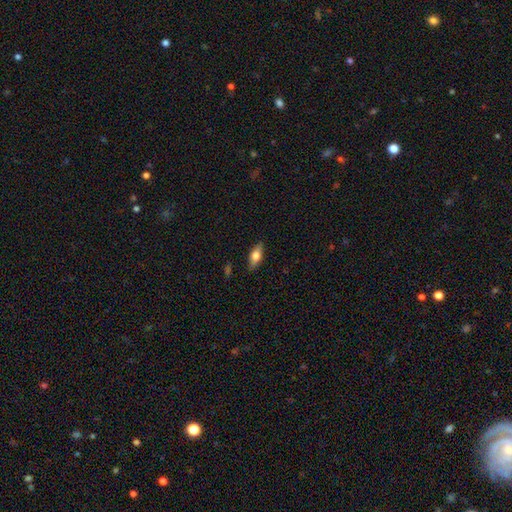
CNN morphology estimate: smooth_or_featured: smooth (p=0.66) [alt: featured or disk p=0.28]
how_rounded: in between (p=0.77) [alt: cigar-shaped p=0.19]
merging: none (p=0.85) [alt: minor disturbance p=0.11]